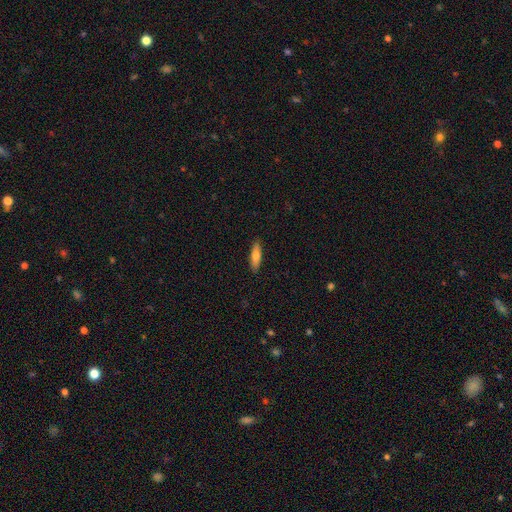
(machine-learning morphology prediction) smooth_or_featured: smooth (p=0.73) [alt: featured or disk p=0.21]
how_rounded: cigar-shaped (p=0.57) [alt: in between p=0.41]
merging: none (p=0.89) [alt: minor disturbance p=0.08]